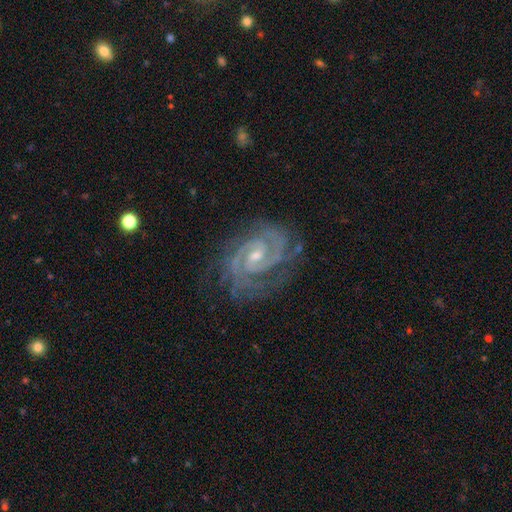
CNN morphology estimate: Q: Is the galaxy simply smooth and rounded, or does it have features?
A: featured or disk — 92%.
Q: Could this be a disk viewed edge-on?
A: no — 97%.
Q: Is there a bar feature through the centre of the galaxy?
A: weak — 46%.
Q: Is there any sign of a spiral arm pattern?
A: yes — 99%.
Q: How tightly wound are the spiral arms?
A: tight — 70%.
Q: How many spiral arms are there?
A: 2 — 67%.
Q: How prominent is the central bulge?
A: small — 60%.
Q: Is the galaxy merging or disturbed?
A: none — 76%.